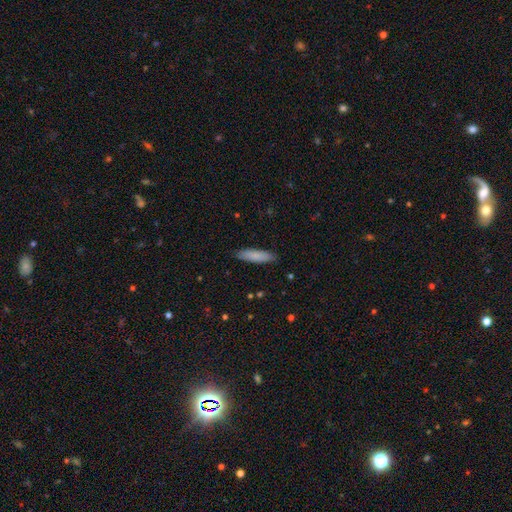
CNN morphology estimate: type=smooth (83%); roundness=cigar-shaped (64%); merging=none (87%).